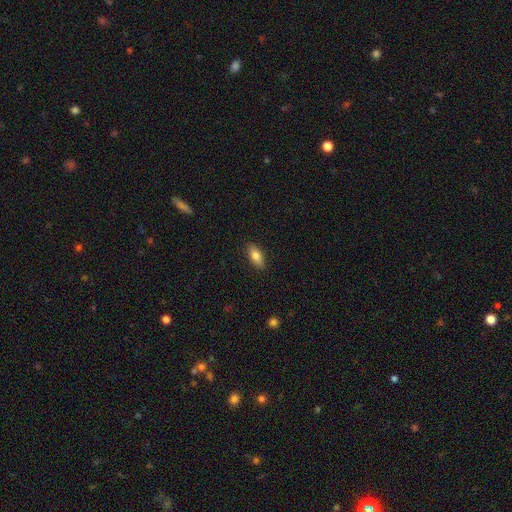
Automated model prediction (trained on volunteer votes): This appears to be a smooth galaxy with no disk features (79%) that is in between round and cigar-shaped (81%). Merging: none (88%).